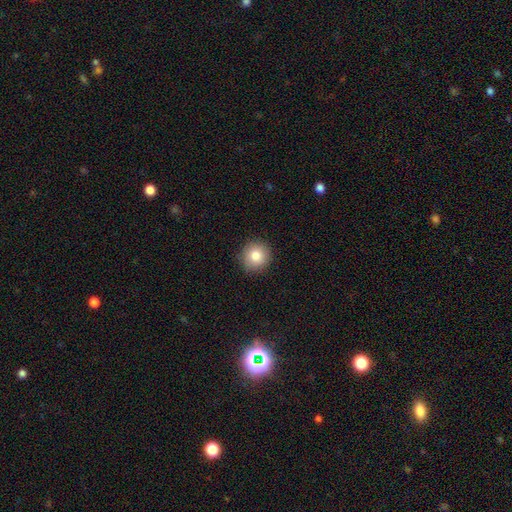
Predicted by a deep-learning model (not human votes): smooth-or-featured: smooth: 83% | star or artifact: 9% | featured or disk: 8%
  how-rounded: round: 94% | in between: 5% | cigar-shaped: 1%
  merging: none: 90% | minor disturbance: 7% | major disturbance: 2% | merger: 1%